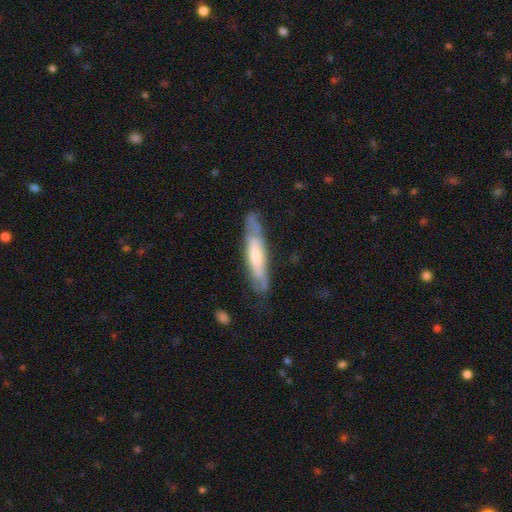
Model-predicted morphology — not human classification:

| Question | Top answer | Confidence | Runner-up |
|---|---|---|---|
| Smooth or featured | featured or disk | 57% | smooth (37%) |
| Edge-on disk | yes | 54% | no (46%) |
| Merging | none | 71% | minor disturbance (21%) |